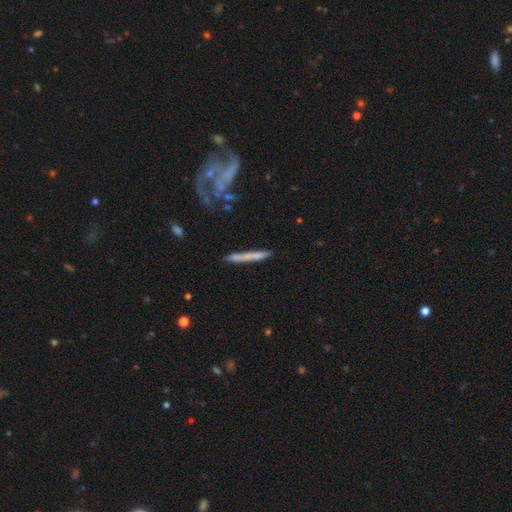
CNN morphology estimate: type=featured or disk (57%); edge-on=yes (60%); merging=none (66%).